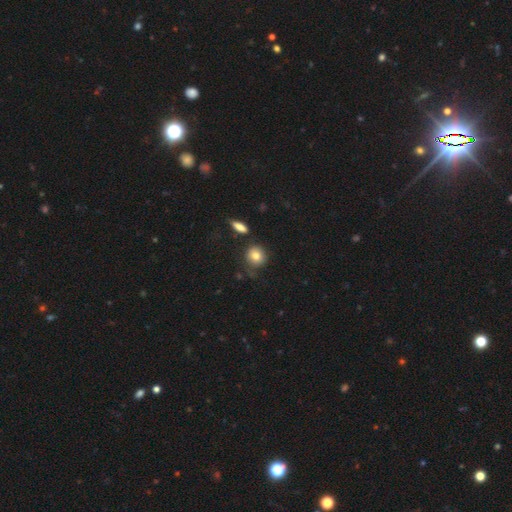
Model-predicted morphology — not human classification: smooth-or-featured: smooth: 79% | featured or disk: 11% | star or artifact: 10%
  how-rounded: round: 82% | in between: 16% | cigar-shaped: 1%
  merging: none: 68% | minor disturbance: 19% | major disturbance: 7% | merger: 6%